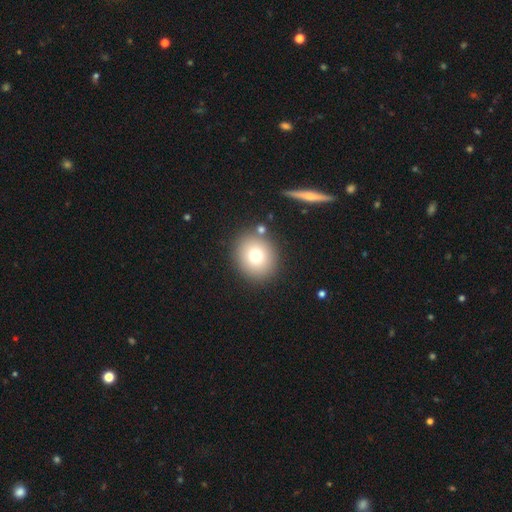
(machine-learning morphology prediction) type=smooth (74%); roundness=round (84%); merging=none (84%).